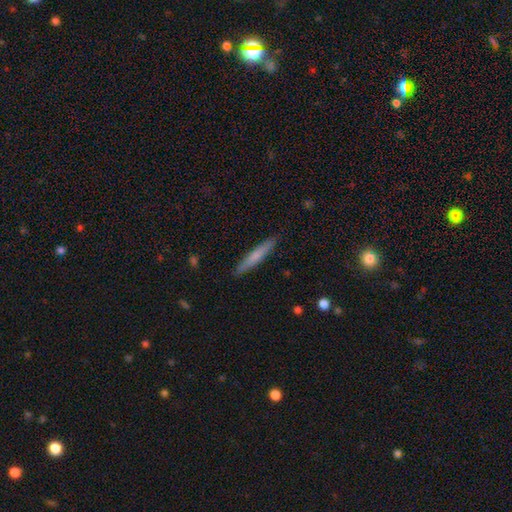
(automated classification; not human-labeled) This is likely a smooth galaxy (67%). How rounded: clearly cigar-shaped (94%). Merging: clearly none (90%).